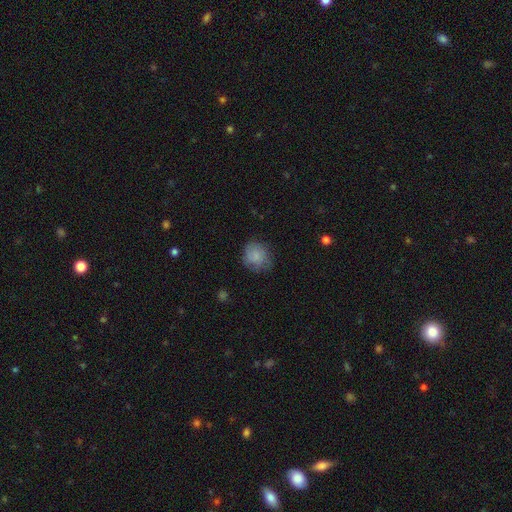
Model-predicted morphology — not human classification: This is likely a smooth galaxy (76%). How rounded: likely round (76%). Merging: likely none (69%).